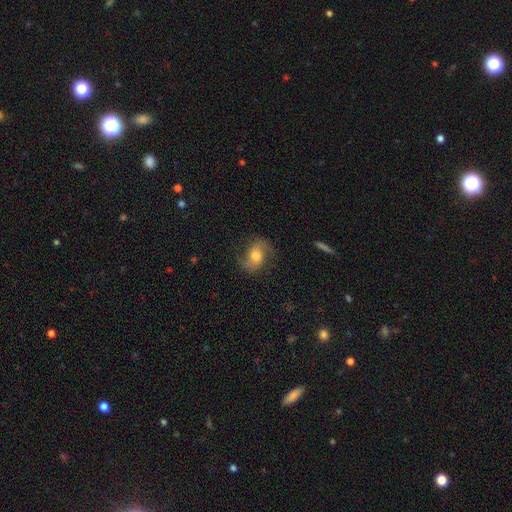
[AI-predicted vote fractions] A featured or disk galaxy (72%) with no bar (54%), 2 (91%) loose (48%) spiral arms (93%) and a moderate central bulge (66%). Merging: none (75%).